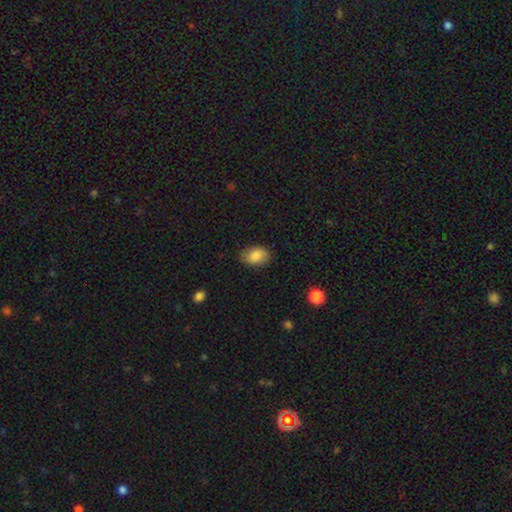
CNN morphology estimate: type=smooth (85%); roundness=in between (85%); merging=none (81%).